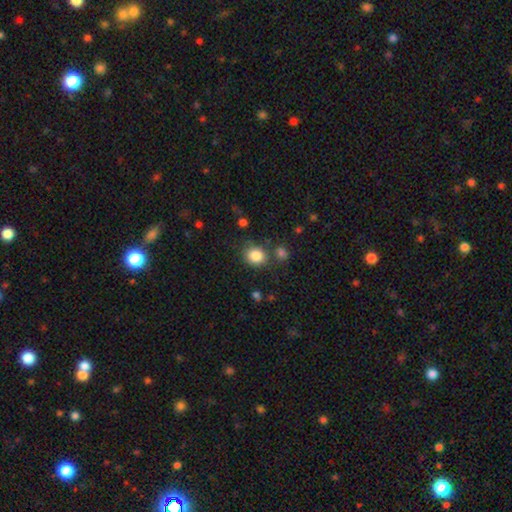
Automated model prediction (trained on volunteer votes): smooth_or_featured: smooth (p=0.85) [alt: star or artifact p=0.10]
how_rounded: round (p=0.75) [alt: in between p=0.24]
merging: none (p=0.76) [alt: minor disturbance p=0.11]